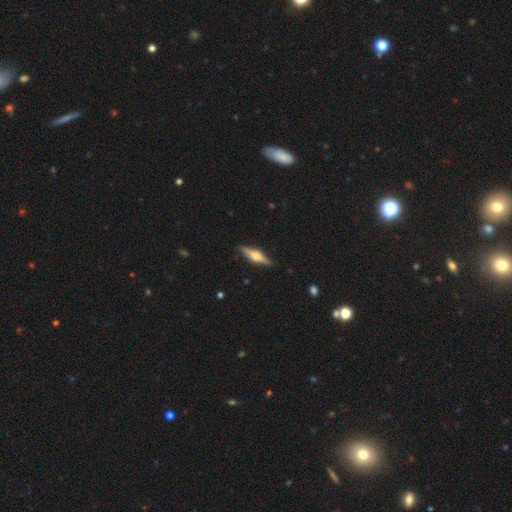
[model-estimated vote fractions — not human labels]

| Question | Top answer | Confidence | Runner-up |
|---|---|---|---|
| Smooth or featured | featured or disk | 64% | smooth (31%) |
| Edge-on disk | yes | 96% | no (4%) |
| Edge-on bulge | rounded | 92% | boxy (6%) |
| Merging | none | 89% | minor disturbance (8%) |